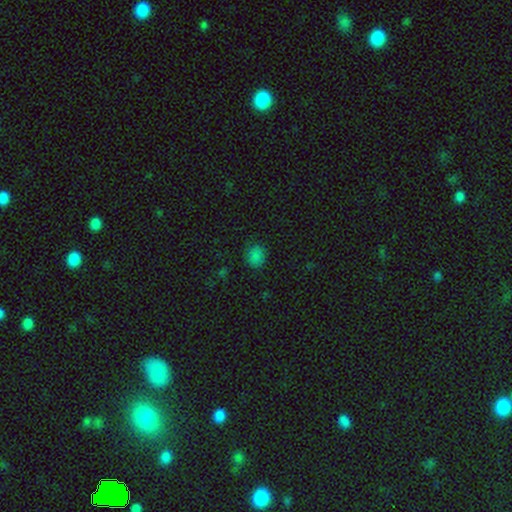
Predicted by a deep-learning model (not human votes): Smooth or featured? smooth (81%)
How rounded? round (67%)
Merging? none (86%)